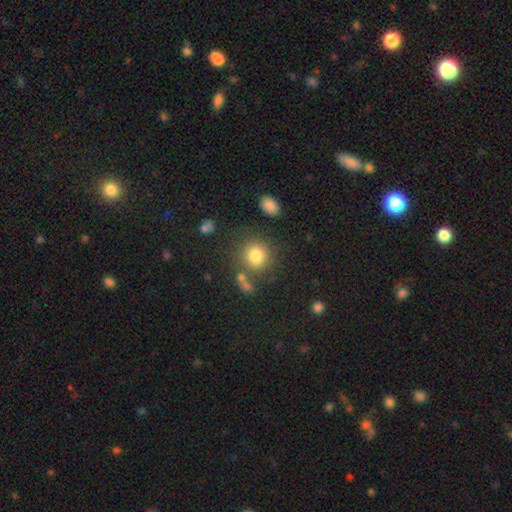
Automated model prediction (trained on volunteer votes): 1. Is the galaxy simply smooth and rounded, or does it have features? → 79% smooth, 12% star or artifact, 9% featured or disk.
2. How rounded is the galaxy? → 85% round, 14% in between, 1% cigar-shaped.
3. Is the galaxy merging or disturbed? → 70% none, 13% minor disturbance, 11% merger, 6% major disturbance.